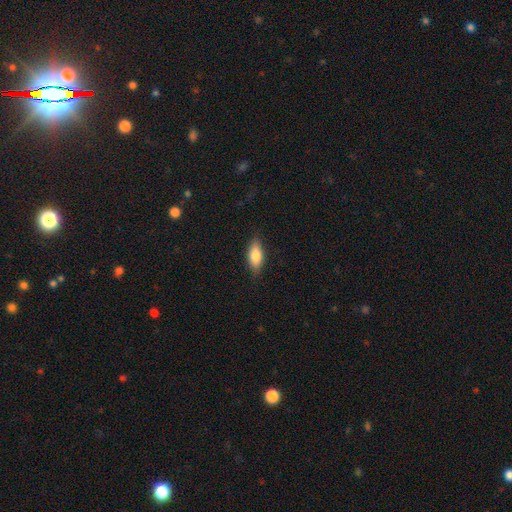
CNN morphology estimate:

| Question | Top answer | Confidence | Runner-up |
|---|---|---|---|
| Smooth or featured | smooth | 78% | featured or disk (16%) |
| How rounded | in between | 81% | cigar-shaped (16%) |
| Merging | none | 82% | minor disturbance (15%) |